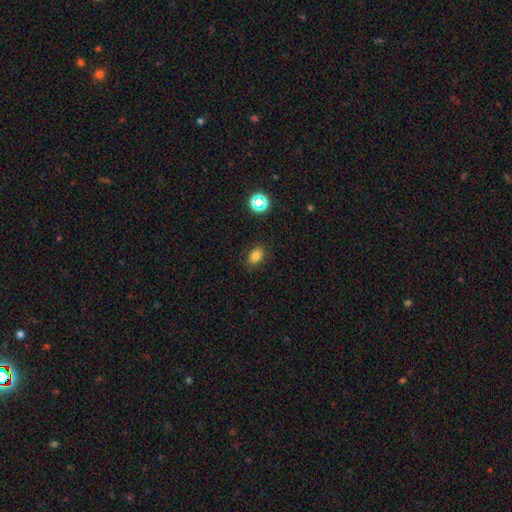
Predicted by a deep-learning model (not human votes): Smooth or featured: smooth — 78% (star or artifact — 14%)
How rounded: in between — 75% (round — 23%)
Merging: none — 84% (minor disturbance — 11%)